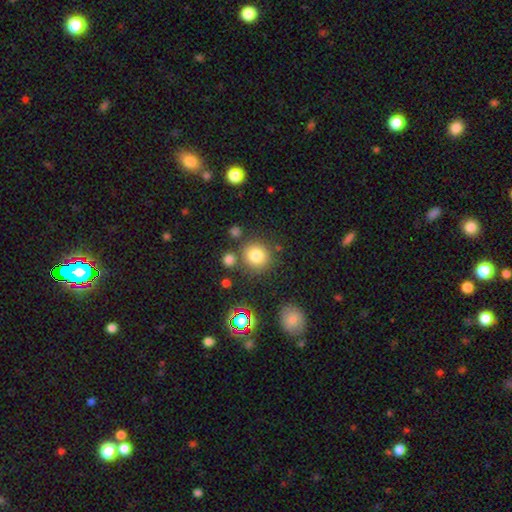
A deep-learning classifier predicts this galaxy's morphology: type=smooth (79%); roundness=round (88%); merging=none (78%).